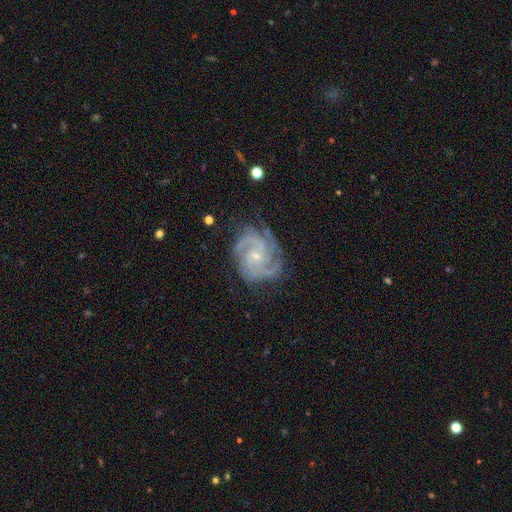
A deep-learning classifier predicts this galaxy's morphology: A featured or disk galaxy (91%) with no bar (69%), 3 (44%) tight (63%) spiral arms (98%) and a small central bulge (74%).

Vote fractions:
- Smooth or featured? featured or disk: 91% / star or artifact: 5% / smooth: 4%
- Edge-on disk? no: 98% / yes: 2%
- Bar? no: 69% / weak: 24% / strong: 7%
- Spiral arms? yes: 98% / no: 2%
- Spiral winding? tight: 63% / medium: 33% / loose: 4%
- Spiral arm count? 3: 44% / 2: 24% / 4: 12% / can't tell: 9% / more than 4: 5% / 1: 5%
- Bulge size? small: 74% / moderate: 22% / none: 2% / large: 1% / dominant: 1%
- Merging? none: 74% / minor disturbance: 18% / major disturbance: 6% / merger: 1%